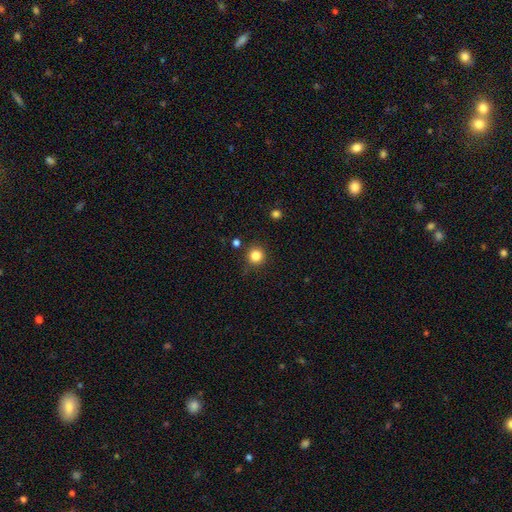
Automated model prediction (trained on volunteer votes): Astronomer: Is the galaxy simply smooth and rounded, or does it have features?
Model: smooth — 84%.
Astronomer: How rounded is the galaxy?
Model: round — 94%.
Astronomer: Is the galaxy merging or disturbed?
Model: none — 87%.